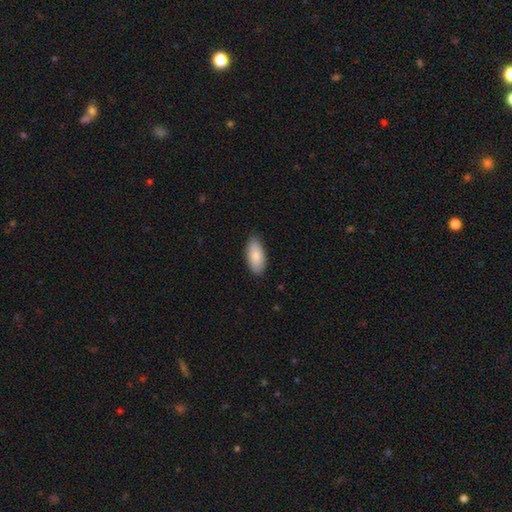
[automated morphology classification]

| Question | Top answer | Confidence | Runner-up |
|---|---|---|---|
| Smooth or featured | smooth | 86% | featured or disk (8%) |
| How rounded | in between | 91% | cigar-shaped (7%) |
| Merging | none | 87% | minor disturbance (10%) |